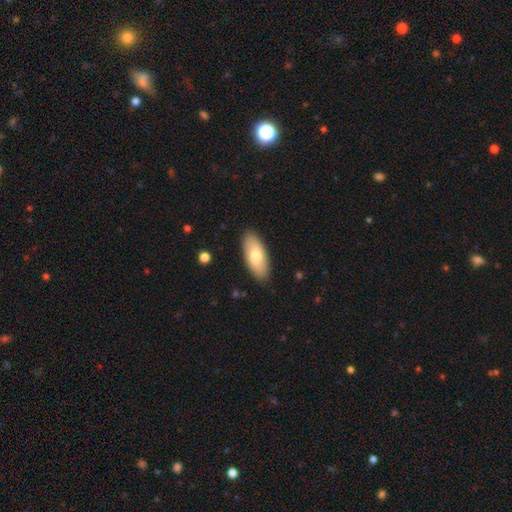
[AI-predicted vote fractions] A smooth galaxy with no disk features (73%) that is in between round and cigar-shaped (86%). Merging: none (88%).